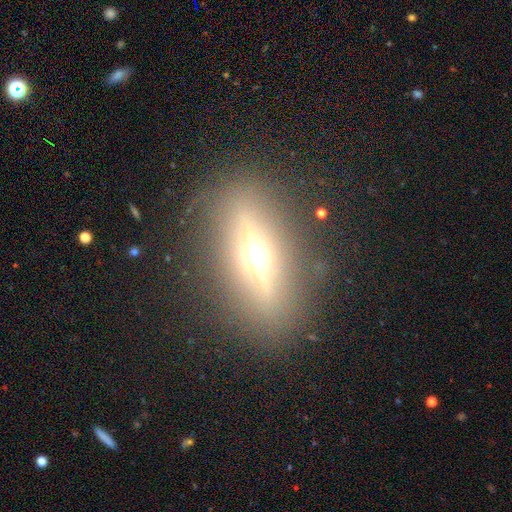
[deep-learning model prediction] This is likely a featured or disk galaxy (68%). It is clearly viewed edge-on (87%). Edge-on bulge: clearly rounded (95%). Merging: clearly none (85%).